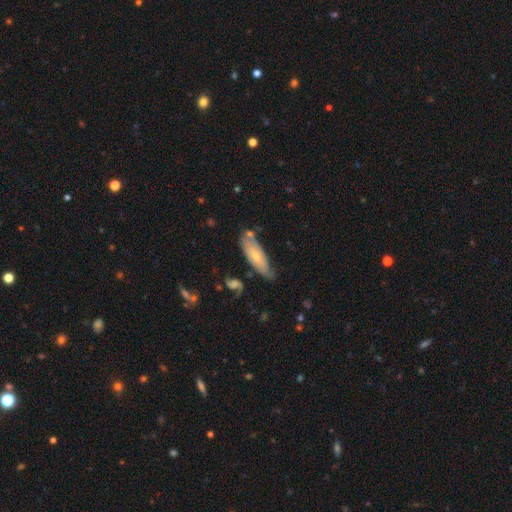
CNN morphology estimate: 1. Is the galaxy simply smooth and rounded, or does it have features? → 58% smooth, 36% featured or disk, 6% star or artifact.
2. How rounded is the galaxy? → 59% in between, 39% cigar-shaped, 2% round.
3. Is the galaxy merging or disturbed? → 59% none, 26% minor disturbance, 8% merger, 7% major disturbance.